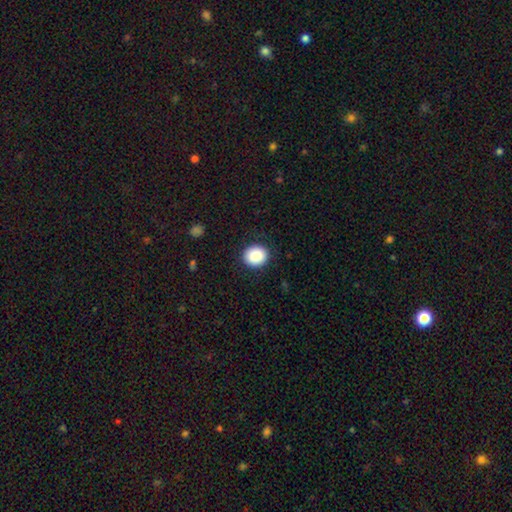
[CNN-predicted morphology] Smooth or featured?
  - smooth: 88% *
  - star or artifact: 8%
  - featured or disk: 4%
How rounded?
  - round: 72% *
  - in between: 28%
  - cigar-shaped: 1%
Merging?
  - none: 89% *
  - minor disturbance: 8%
  - major disturbance: 2%
  - merger: 1%